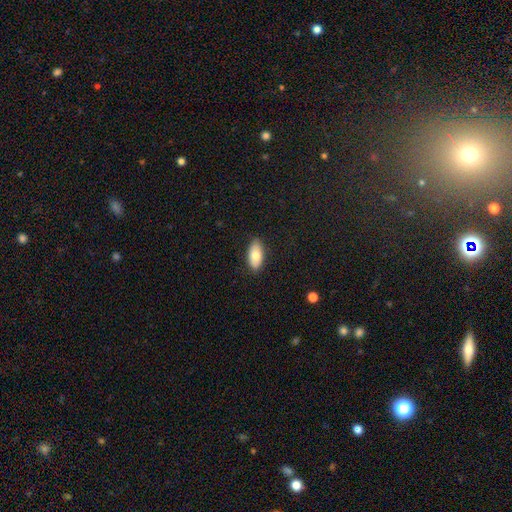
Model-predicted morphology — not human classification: This is likely a smooth galaxy (76%). How rounded: clearly in between (91%). Merging: clearly none (86%).